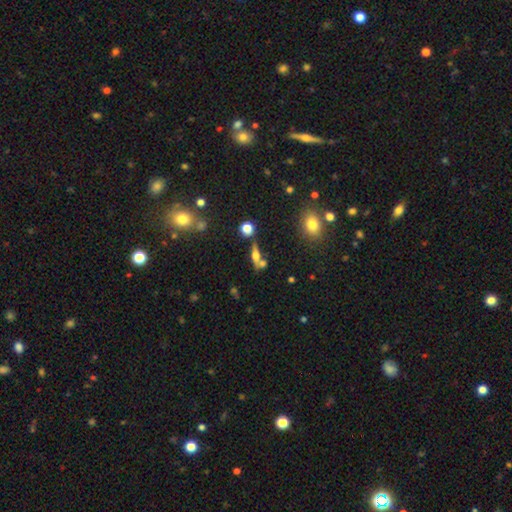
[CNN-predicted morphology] Smooth or featured: featured or disk — 43% (tied with smooth — 43%)
Merging: none — 58% (merger — 22%)